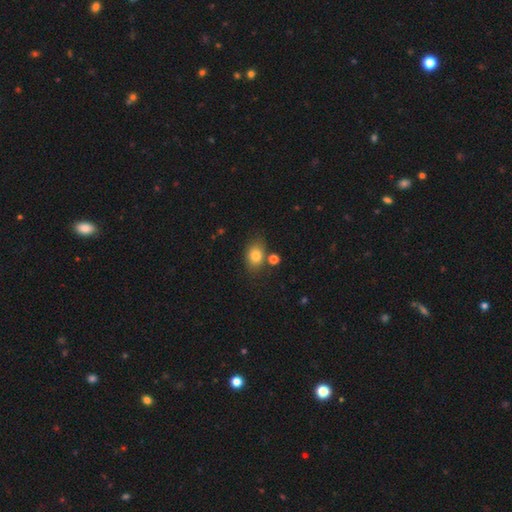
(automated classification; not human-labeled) smooth-or-featured: smooth: 80% | star or artifact: 10% | featured or disk: 10%
  how-rounded: in between: 70% | round: 28% | cigar-shaped: 1%
  merging: none: 70% | minor disturbance: 14% | merger: 11% | major disturbance: 4%